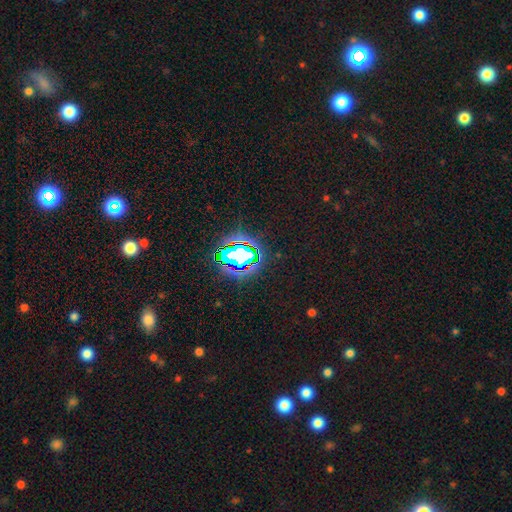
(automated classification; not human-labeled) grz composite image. It shows a star or artifact, not a galaxy (75%).